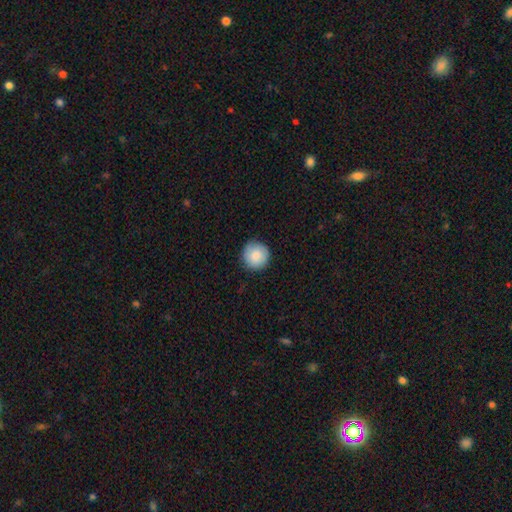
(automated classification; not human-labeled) Overall: smooth (86%). How rounded: round (95%). Merging: none (87%).